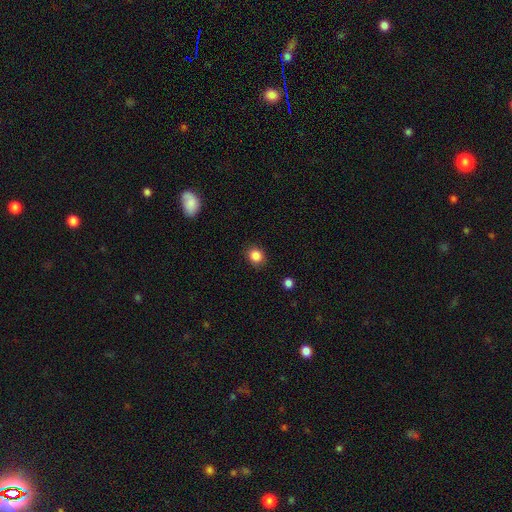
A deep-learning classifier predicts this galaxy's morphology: This is clearly a smooth galaxy (86%). How rounded: likely round (76%). Merging: clearly none (87%).